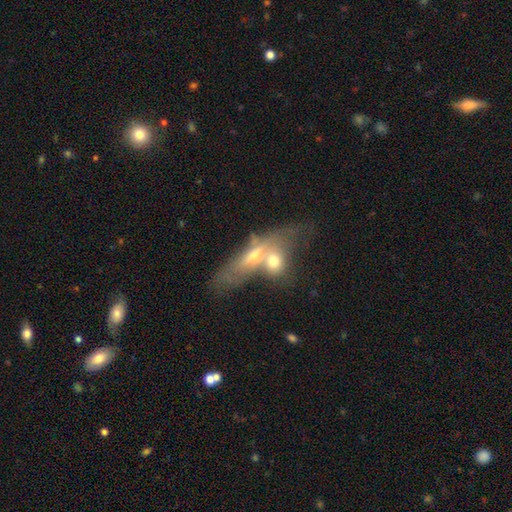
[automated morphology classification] A featured or disk galaxy (46%). Merging: merger (69%).